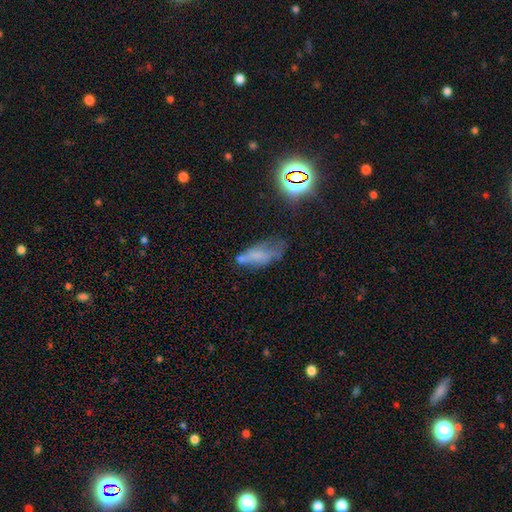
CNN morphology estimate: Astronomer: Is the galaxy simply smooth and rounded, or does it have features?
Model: smooth — 46% (runner-up: featured or disk, 32%).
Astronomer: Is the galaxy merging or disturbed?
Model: none — 35% (runner-up: minor disturbance, 29%).